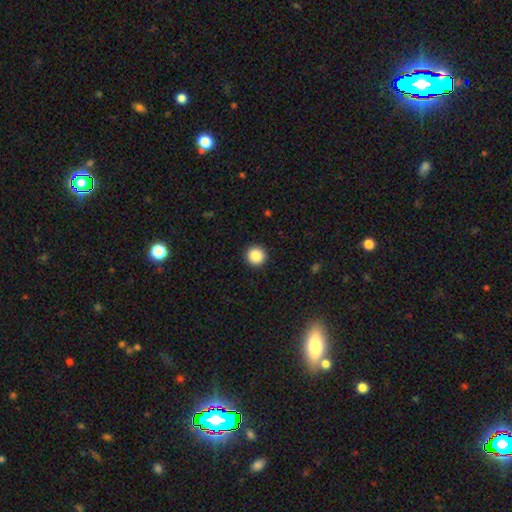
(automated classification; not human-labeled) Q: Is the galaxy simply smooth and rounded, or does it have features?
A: smooth — 87%.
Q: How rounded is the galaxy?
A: round — 96%.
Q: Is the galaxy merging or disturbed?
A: none — 93%.